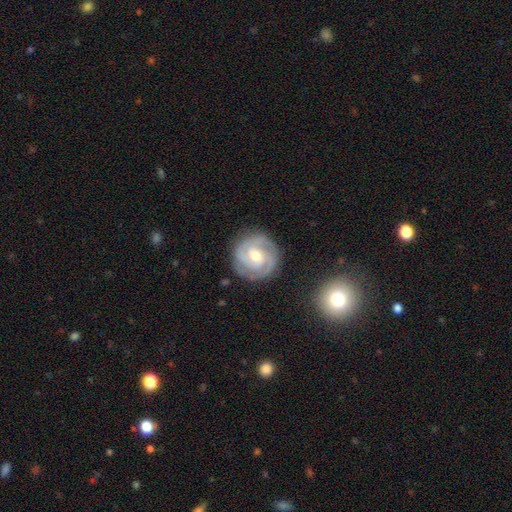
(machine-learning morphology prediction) smooth-or-featured: featured or disk: 84% | smooth: 11% | star or artifact: 5%
  disk-edge-on: no: 98% | yes: 2%
    bar: no: 45% | weak: 43% | strong: 12%
    has-spiral-arms: yes: 96% | no: 4%
      spiral-winding: tight: 66% | medium: 28% | loose: 5%
      spiral-arm-count: 3: 44% | 2: 29% | can't tell: 13% | 4: 7% | 1: 4% | more than 4: 4%
    bulge-size: moderate: 68% | small: 27% | large: 3% | none: 1% | dominant: 1%
  merging: none: 83% | minor disturbance: 12% | major disturbance: 3% | merger: 2%